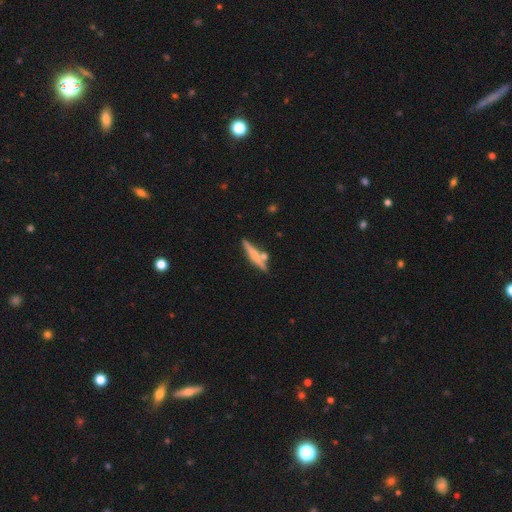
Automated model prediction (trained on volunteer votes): Q: Smooth or featured?
A: featured or disk (52%); runner-up: smooth (41%)
Q: Edge-on disk?
A: yes (95%); runner-up: no (5%)
Q: Merging?
A: none (70%); runner-up: merger (15%)